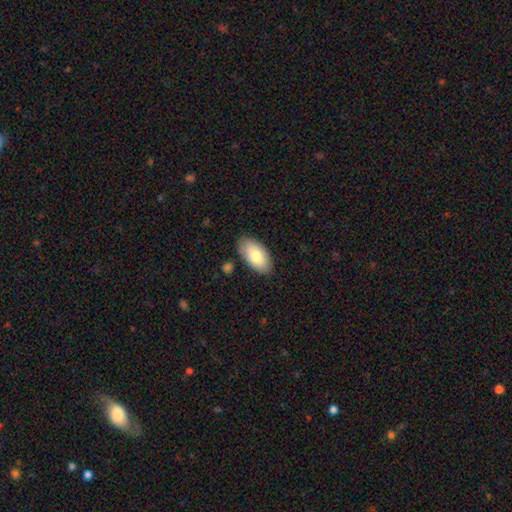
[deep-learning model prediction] smooth-or-featured: smooth: 79% | featured or disk: 15% | star or artifact: 6%
  how-rounded: in between: 95% | round: 3% | cigar-shaped: 2%
  merging: none: 82% | minor disturbance: 13% | major disturbance: 3% | merger: 2%